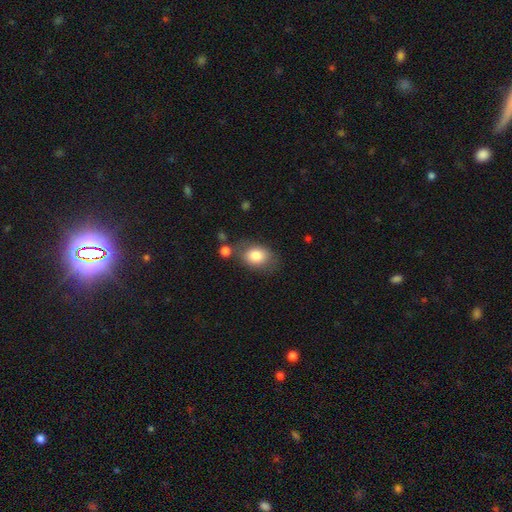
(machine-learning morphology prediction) Overall: smooth (81%). How rounded: in between (68%; round 31%). Merging: none (66%).